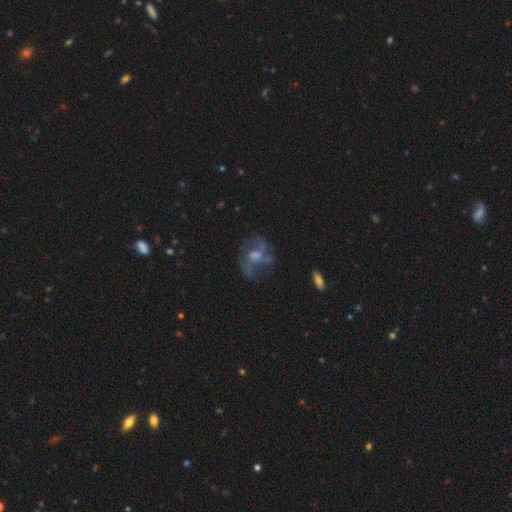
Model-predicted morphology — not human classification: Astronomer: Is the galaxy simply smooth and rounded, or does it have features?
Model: featured or disk — 71%.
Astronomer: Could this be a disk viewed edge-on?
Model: no — 96%.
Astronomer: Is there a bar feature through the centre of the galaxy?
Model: no — 56% (runner-up: weak, 36%).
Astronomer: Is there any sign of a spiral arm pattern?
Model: yes — 80%.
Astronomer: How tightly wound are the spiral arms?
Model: medium — 44% (runner-up: loose, 41%).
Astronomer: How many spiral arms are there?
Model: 2 — 45% (runner-up: can't tell, 24%).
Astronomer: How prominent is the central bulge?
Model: moderate — 49% (runner-up: small, 27%).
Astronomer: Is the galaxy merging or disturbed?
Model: none — 61%.